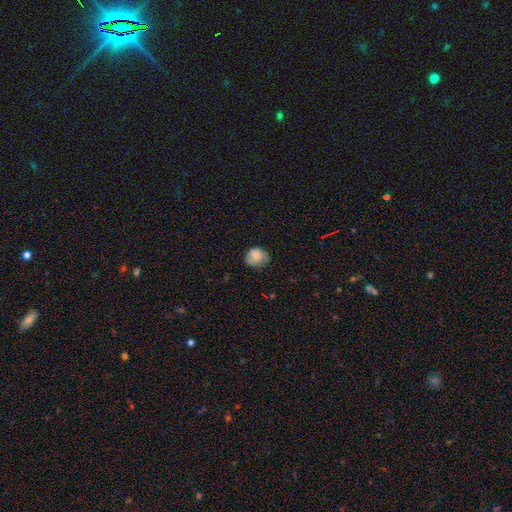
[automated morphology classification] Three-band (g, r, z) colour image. It shows a smooth galaxy with no disk features (73%) that is round (67%). Merging: none (59%).